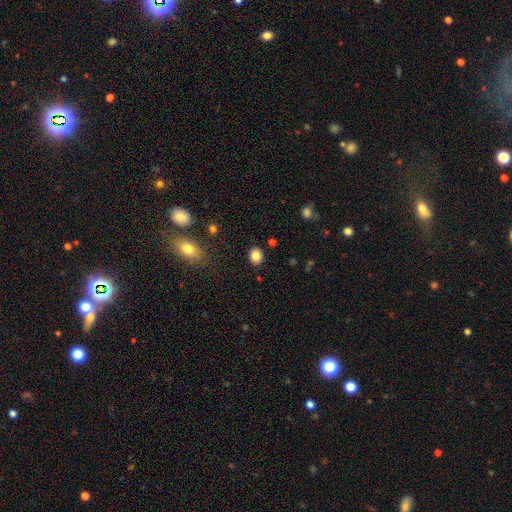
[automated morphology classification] Smooth or featured? smooth (84%)
How rounded? round (61%)
Merging? none (88%)